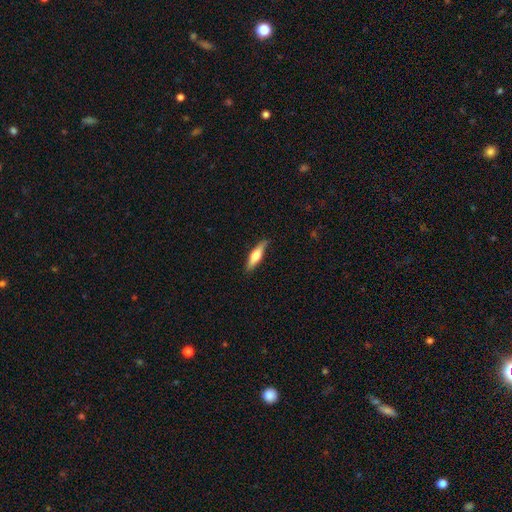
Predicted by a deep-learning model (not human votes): Smooth or featured? smooth (56%)
How rounded? cigar-shaped (67%)
Merging? none (80%)